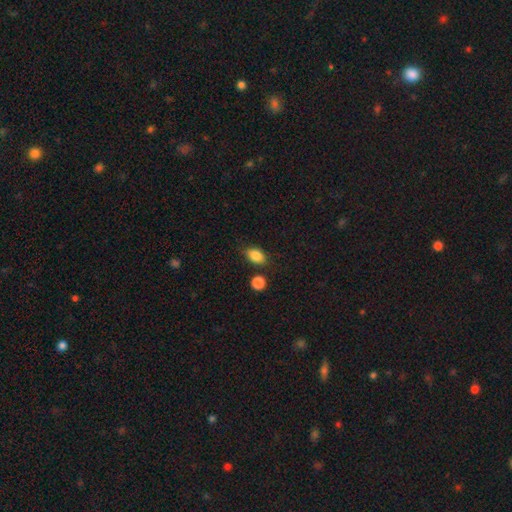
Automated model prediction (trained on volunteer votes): smooth 86%, star or artifact 9%, featured or disk 5%. Down the decision tree: how rounded — in between (81%); merging — none (76%).